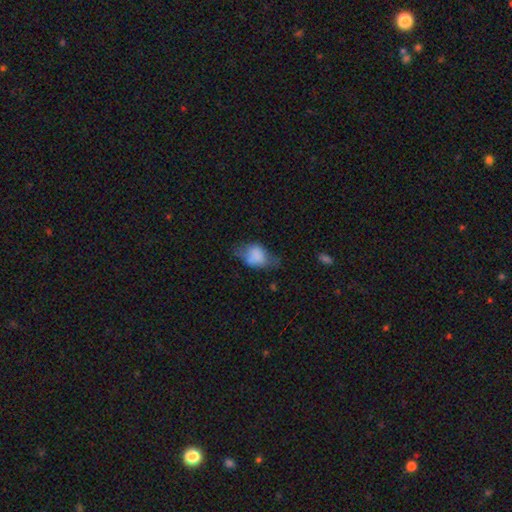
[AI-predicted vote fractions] Smooth or featured?
  - smooth: 70% *
  - featured or disk: 20%
  - star or artifact: 9%
How rounded?
  - in between: 74% *
  - round: 24%
  - cigar-shaped: 2%
Merging?
  - minor disturbance: 36% *
  - none: 33%
  - major disturbance: 26%
  - merger: 5%